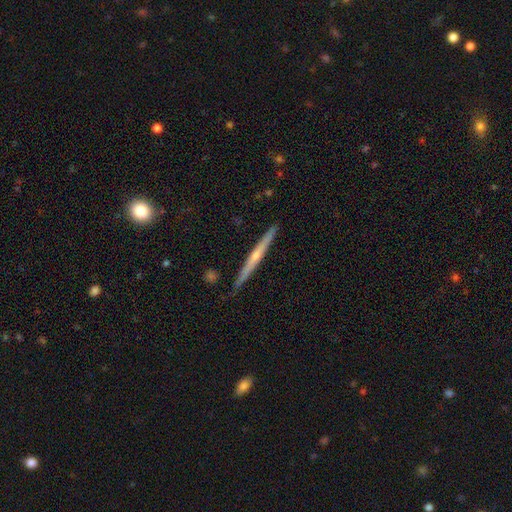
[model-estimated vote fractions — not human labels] smooth-or-featured: featured or disk: 73% | smooth: 20% | star or artifact: 7%
  disk-edge-on: yes: 98% | no: 2%
    edge-on-bulge: rounded: 66% | none: 28% | boxy: 6%
  merging: none: 90% | minor disturbance: 7% | major disturbance: 1% | merger: 1%